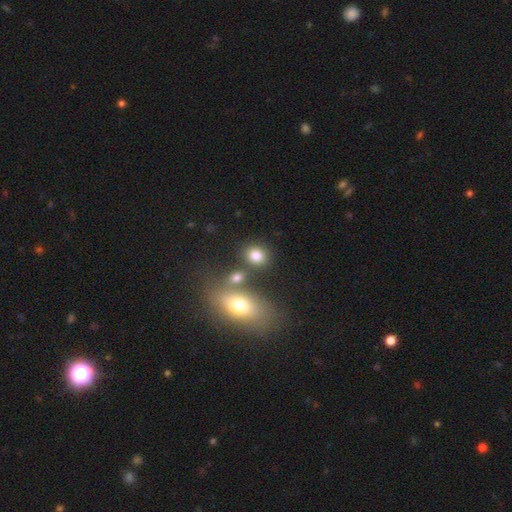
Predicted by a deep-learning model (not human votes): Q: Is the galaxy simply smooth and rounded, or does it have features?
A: smooth — 81%.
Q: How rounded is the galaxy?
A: round — 56%.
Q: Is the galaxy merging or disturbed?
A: none — 68%.